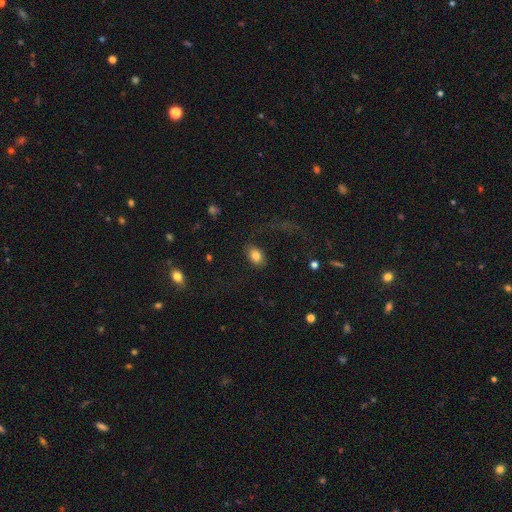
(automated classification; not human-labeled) smooth-or-featured: smooth: 81% | featured or disk: 10% | star or artifact: 9%
  how-rounded: in between: 83% | round: 16% | cigar-shaped: 1%
  merging: none: 79% | minor disturbance: 11% | major disturbance: 8% | merger: 2%